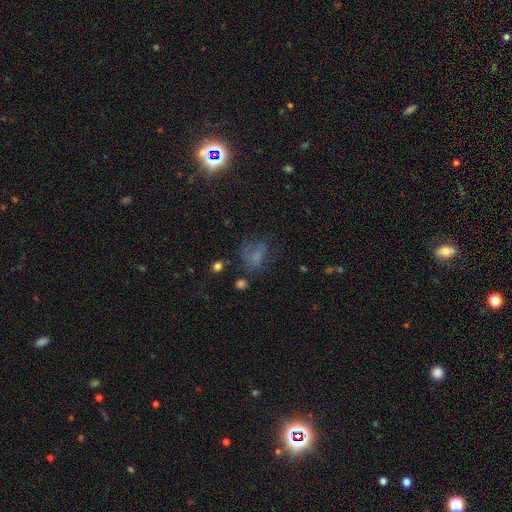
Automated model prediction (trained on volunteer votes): smooth 53%, featured or disk 24%, star or artifact 23%. Down the decision tree: how rounded — in between (61%); merging — none (41%).